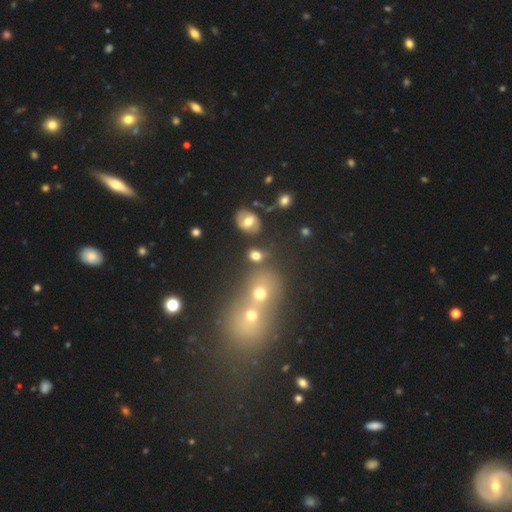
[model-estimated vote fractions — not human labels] Morphology: type=smooth (65%); roundness=in between (49%, tied with round); merging=none (63%).